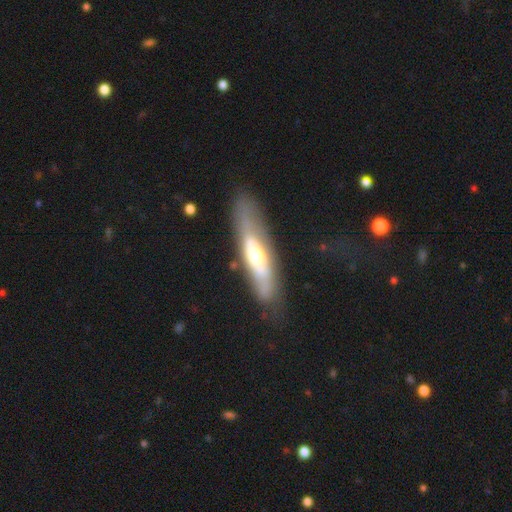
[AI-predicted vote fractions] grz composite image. It shows a featured or disk galaxy (56%). Merging: none (64%).